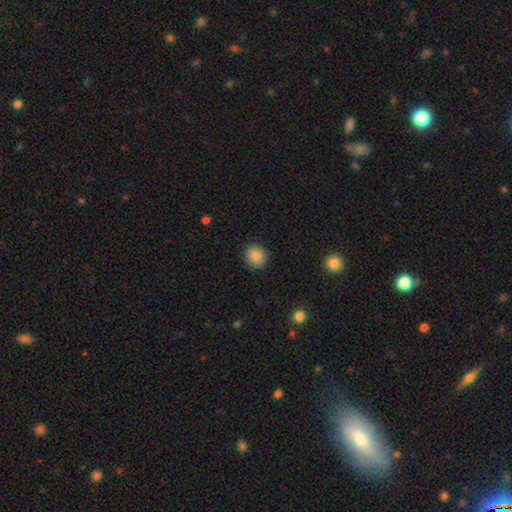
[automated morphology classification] This is clearly a smooth galaxy (85%). How rounded: clearly round (87%). Merging: clearly none (90%).